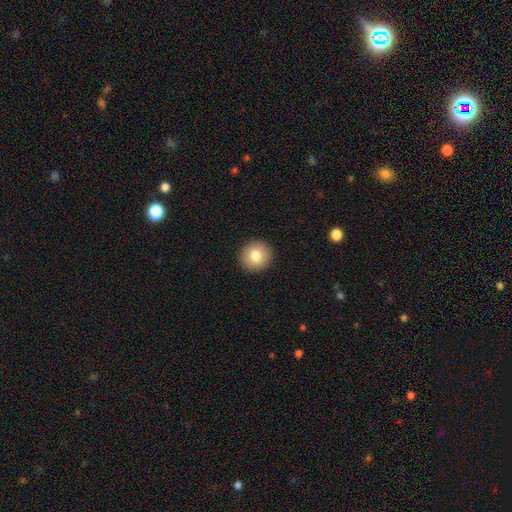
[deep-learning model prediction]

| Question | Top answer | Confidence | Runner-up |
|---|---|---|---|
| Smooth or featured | smooth | 80% | featured or disk (11%) |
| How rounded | round | 93% | in between (6%) |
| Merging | none | 93% | minor disturbance (5%) |